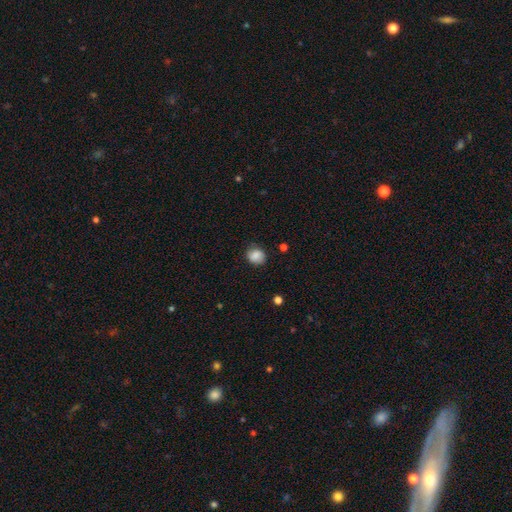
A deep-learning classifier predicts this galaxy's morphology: Smooth or featured? smooth (82%)
How rounded? round (73%)
Merging? none (76%)